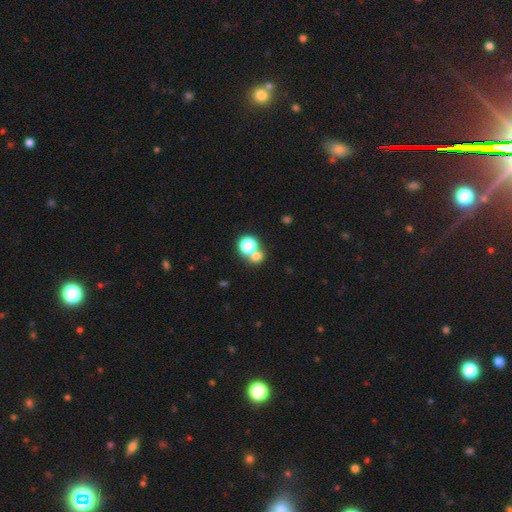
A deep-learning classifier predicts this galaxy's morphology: This appears to be a smooth galaxy with no disk features (67%) that is round (79%). Merging: none (50%).